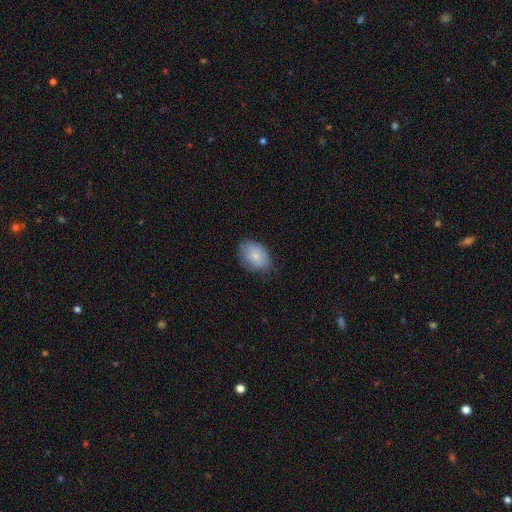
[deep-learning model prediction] Morphology: type=smooth (78%); roundness=in between (78%); merging=none (68%).